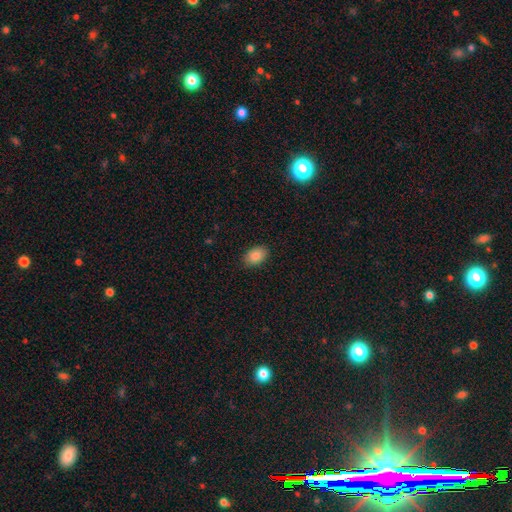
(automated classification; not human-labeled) A smooth galaxy with no disk features (86%) that is in between round and cigar-shaped (87%).

Vote fractions:
- Smooth or featured? smooth: 86% / star or artifact: 8% / featured or disk: 6%
- How rounded? in between: 87% / round: 11% / cigar-shaped: 1%
- Merging? none: 87% / minor disturbance: 10% / major disturbance: 2% / merger: 1%